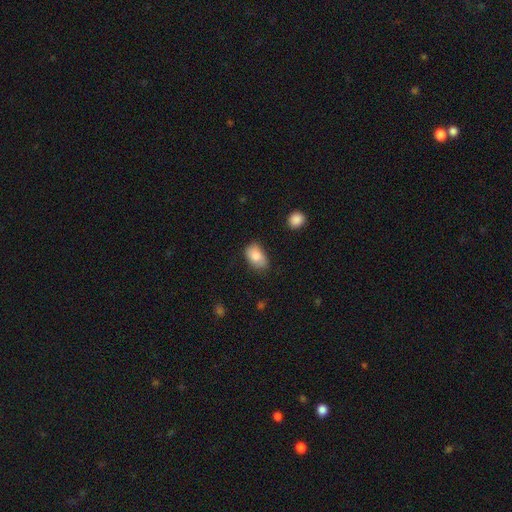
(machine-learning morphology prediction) Smooth or featured? Predicted: smooth (p=0.80). How rounded? Predicted: in between (p=0.89). Merging? Predicted: none (p=0.67).